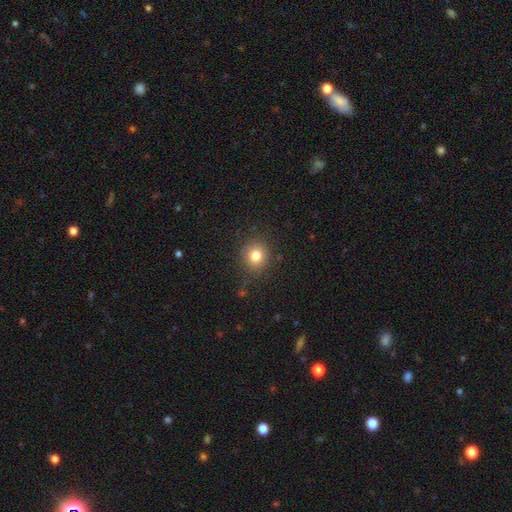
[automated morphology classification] The model was most divided on "smooth or featured": smooth: 80%, star or artifact: 13%, featured or disk: 7%. More confident: how rounded — round (87%); merging — none (84%).